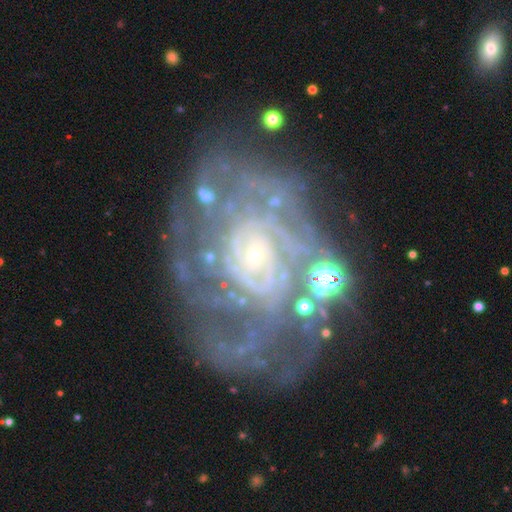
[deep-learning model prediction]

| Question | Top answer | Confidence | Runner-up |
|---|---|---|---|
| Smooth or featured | featured or disk | 87% | star or artifact (7%) |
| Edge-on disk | no | 97% | yes (3%) |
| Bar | no | 71% | weak (22%) |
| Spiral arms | yes | 93% | no (7%) |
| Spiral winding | tight | 69% | medium (24%) |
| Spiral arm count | can't tell | 35% | 2 (17%) |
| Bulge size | small | 79% | moderate (12%) |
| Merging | none | 60% | minor disturbance (19%) |